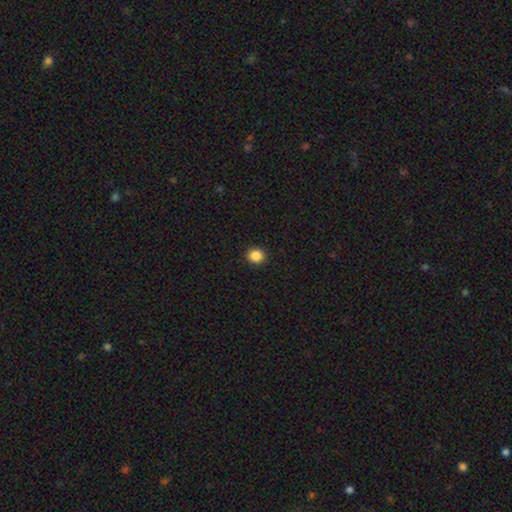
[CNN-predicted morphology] The model was most divided on "how rounded": round: 85%, in between: 14%, cigar-shaped: 1%. More confident: merging — none (92%); smooth or featured — smooth (87%).